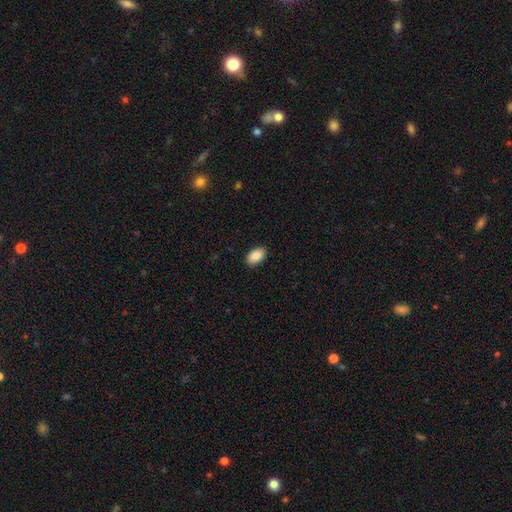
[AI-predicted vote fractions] Smooth or featured? smooth (88%)
How rounded? in between (94%)
Merging? none (89%)